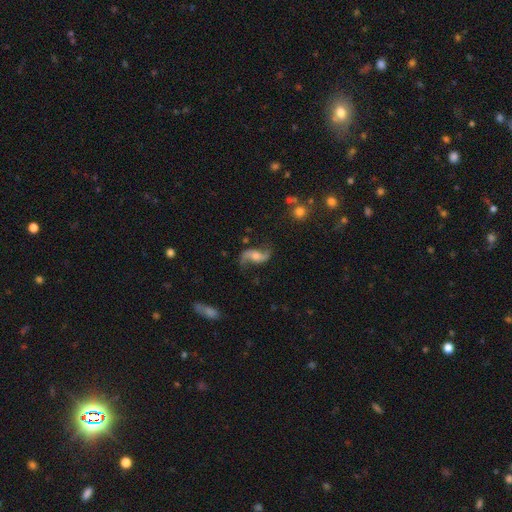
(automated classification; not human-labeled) Smooth or featured? Predicted: featured or disk (p=0.85). Edge-on disk? Predicted: no (p=0.96). Bar? Predicted: no (p=0.55). Spiral arms? Predicted: yes (p=0.96). Spiral winding? Predicted: loose (p=0.87). Spiral arm count? Predicted: 2 (p=0.94). Bulge size? Predicted: moderate (p=0.54). Merging? Predicted: none (p=0.75).